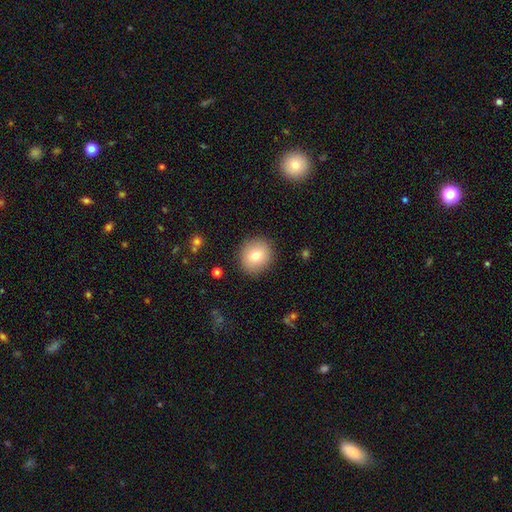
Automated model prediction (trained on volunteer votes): This appears to be a smooth galaxy with no disk features (77%) that is round (84%). Merging: none (89%).